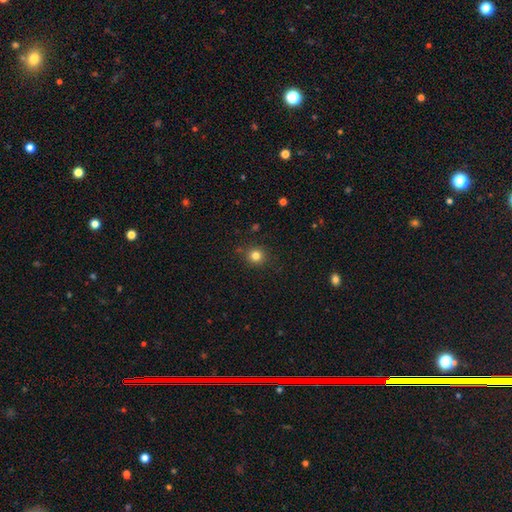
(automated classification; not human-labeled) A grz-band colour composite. It shows a smooth galaxy with no disk features (81%) that is round (92%). Merging: none (88%).